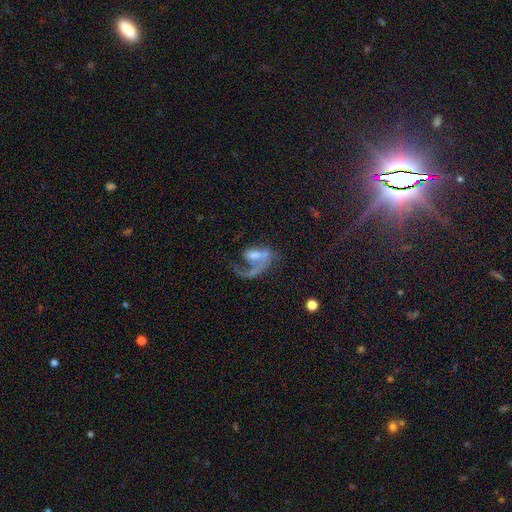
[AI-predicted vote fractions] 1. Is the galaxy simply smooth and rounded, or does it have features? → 64% featured or disk, 24% smooth, 12% star or artifact.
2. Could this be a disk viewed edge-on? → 96% no, 4% yes.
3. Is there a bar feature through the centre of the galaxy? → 62% no, 27% weak, 11% strong.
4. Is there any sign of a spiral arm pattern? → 69% yes, 31% no.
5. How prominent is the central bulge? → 38% moderate, 26% small, 18% none, 13% large, 4% dominant.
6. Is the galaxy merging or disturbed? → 40% major disturbance, 26% none, 22% merger, 12% minor disturbance.